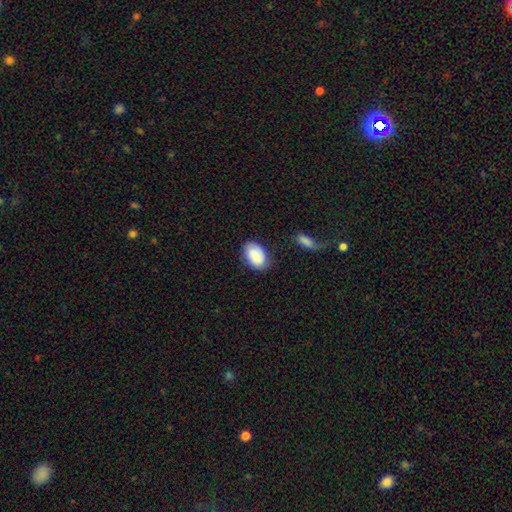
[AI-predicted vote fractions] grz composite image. It shows a smooth galaxy with no disk features (78%) that is in between round and cigar-shaped (89%). Merging: none (72%).